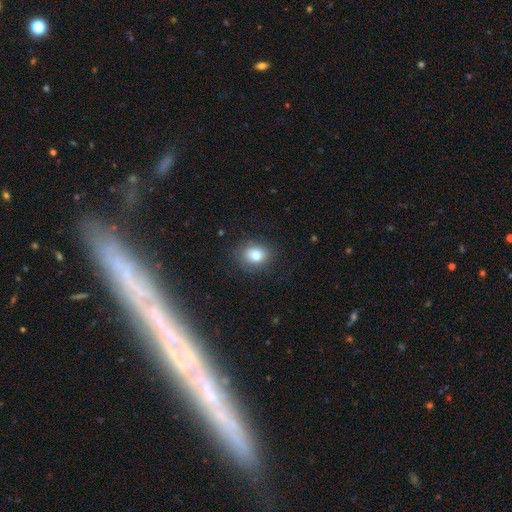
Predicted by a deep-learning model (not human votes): Q: Smooth or featured?
A: smooth (79%); runner-up: star or artifact (11%)
Q: How rounded?
A: round (62%); runner-up: in between (37%)
Q: Merging?
A: none (84%); runner-up: minor disturbance (11%)